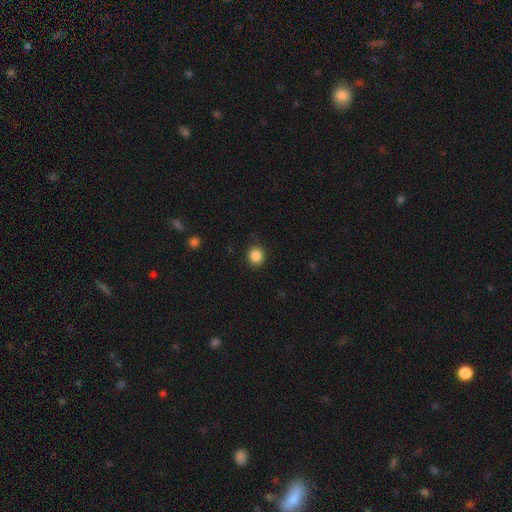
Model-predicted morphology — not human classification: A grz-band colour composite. It shows a smooth galaxy with no disk features (86%) that is round (90%). Merging: none (87%).